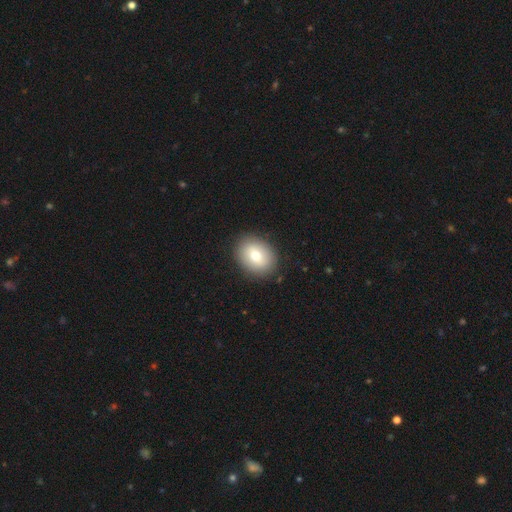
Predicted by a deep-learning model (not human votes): smooth-or-featured: smooth: 76% | featured or disk: 16% | star or artifact: 8%
  how-rounded: in between: 59% | round: 40% | cigar-shaped: 1%
  merging: none: 88% | minor disturbance: 8% | major disturbance: 3% | merger: 1%